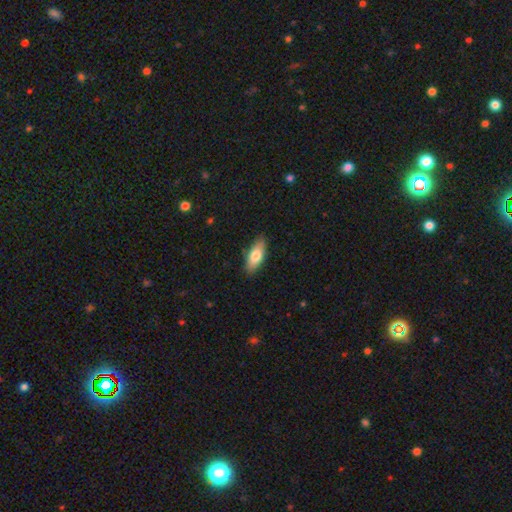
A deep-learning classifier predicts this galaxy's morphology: smooth_or_featured: smooth (p=0.74) [alt: featured or disk p=0.20]
how_rounded: in between (p=0.74) [alt: cigar-shaped p=0.23]
merging: none (p=0.87) [alt: minor disturbance p=0.10]